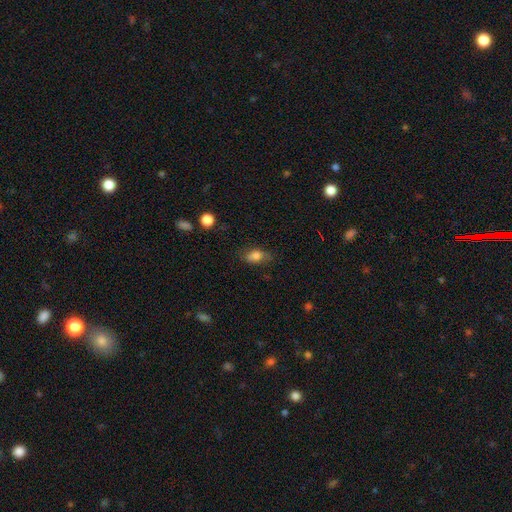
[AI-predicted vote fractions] Smooth or featured? smooth (75%)
How rounded? in between (82%)
Merging? none (69%)